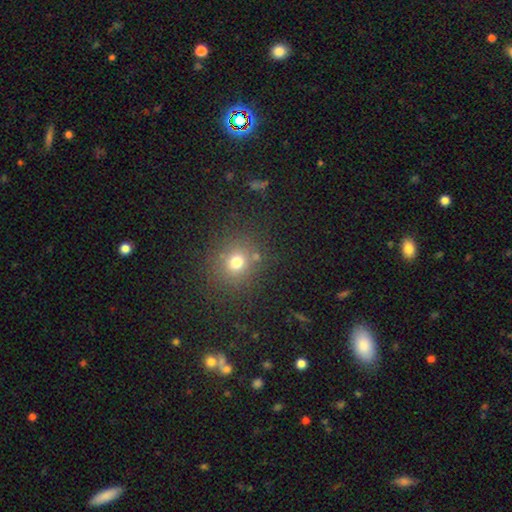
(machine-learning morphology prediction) The model was most divided on "smooth or featured": smooth: 61%, star or artifact: 30%, featured or disk: 9%. More confident: how rounded — round (88%); merging — none (84%).